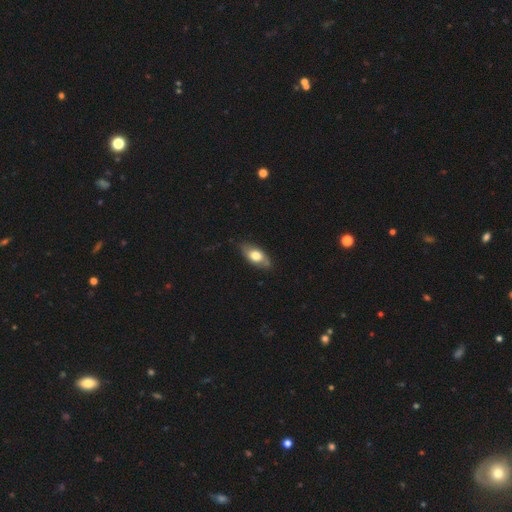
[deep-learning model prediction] A smooth galaxy with no disk features (63%) that is in between round and cigar-shaped (88%).

Vote fractions:
- Smooth or featured? smooth: 63% / featured or disk: 31% / star or artifact: 6%
- How rounded? in between: 88% / cigar-shaped: 7% / round: 4%
- Merging? none: 79% / minor disturbance: 17% / major disturbance: 3% / merger: 1%